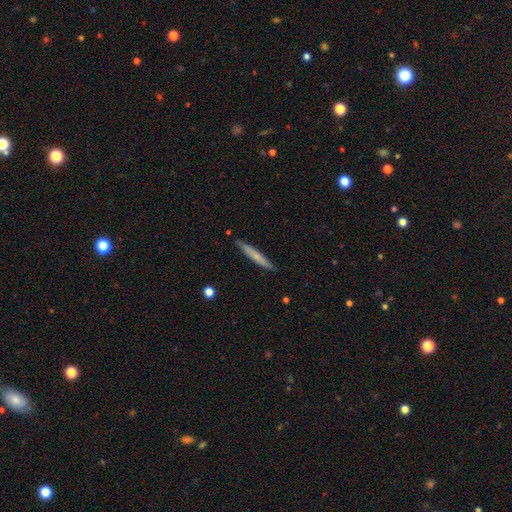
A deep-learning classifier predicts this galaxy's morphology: Q: Smooth or featured?
A: smooth (67%); runner-up: featured or disk (27%)
Q: How rounded?
A: cigar-shaped (96%); runner-up: in between (3%)
Q: Merging?
A: none (89%); runner-up: minor disturbance (9%)